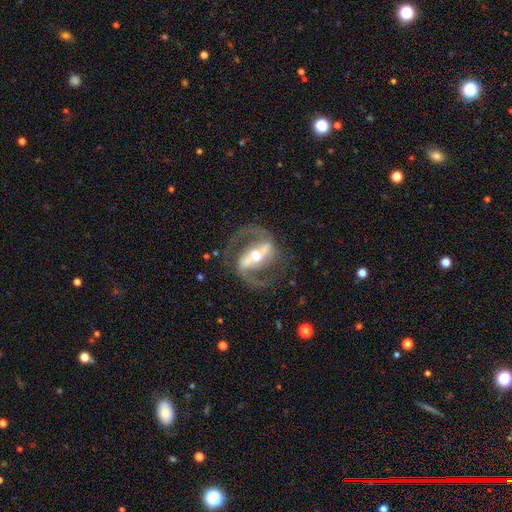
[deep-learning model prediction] smooth_or_featured: featured or disk (p=0.91) [alt: star or artifact p=0.04]
disk_edge_on: no (p=0.95) [alt: yes p=0.05]
bar: strong (p=0.72) [alt: weak p=0.20]
has_spiral_arms: yes (p=0.96) [alt: no p=0.04]
spiral_winding: medium (p=0.62) [alt: loose p=0.22]
spiral_arm_count: 2 (p=0.93) [alt: can't tell p=0.02]
bulge_size: moderate (p=0.65) [alt: small p=0.24]
merging: none (p=0.78) [alt: minor disturbance p=0.11]